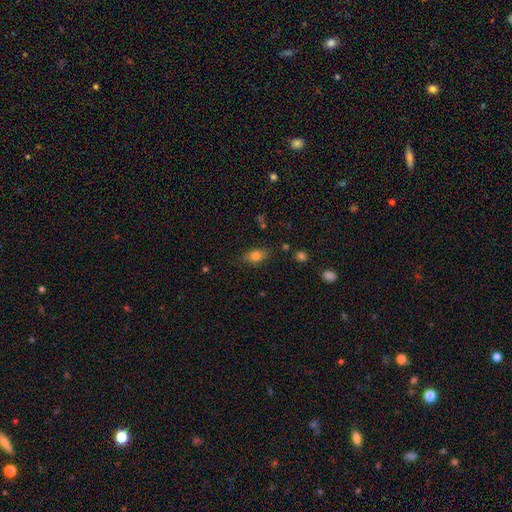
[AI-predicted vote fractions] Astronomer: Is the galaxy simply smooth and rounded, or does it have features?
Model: smooth — 80%.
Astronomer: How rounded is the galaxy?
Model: in between — 83%.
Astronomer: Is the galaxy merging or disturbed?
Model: none — 79%.